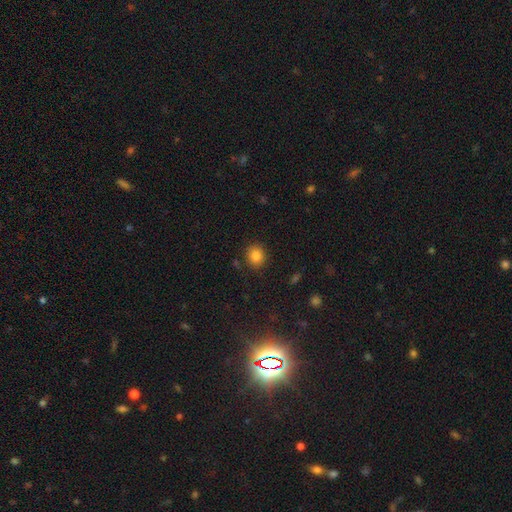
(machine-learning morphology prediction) Overall: smooth (84%). How rounded: round (81%). Merging: none (87%).